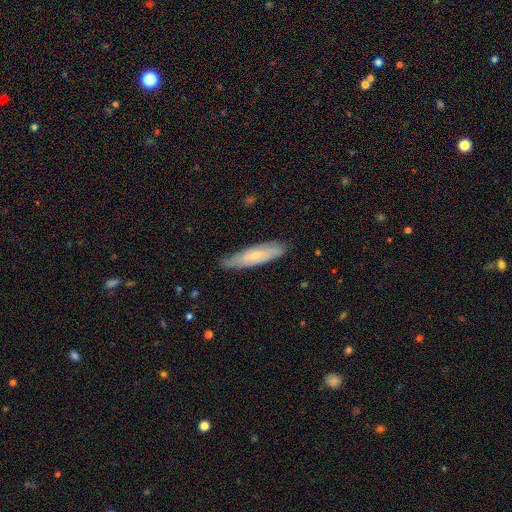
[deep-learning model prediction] featured or disk 47%, smooth 46%, star or artifact 6%. Down the decision tree: merging — none (80%).